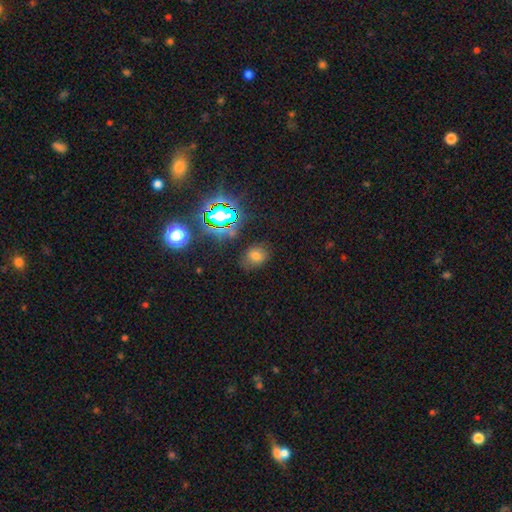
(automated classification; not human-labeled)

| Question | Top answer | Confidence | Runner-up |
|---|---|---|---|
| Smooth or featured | smooth | 67% | star or artifact (24%) |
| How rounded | round | 53% | in between (46%) |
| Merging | none | 77% | minor disturbance (15%) |